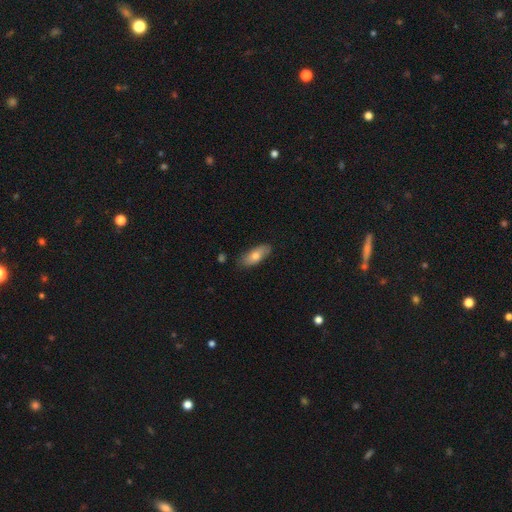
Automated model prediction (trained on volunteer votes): Q: Smooth or featured?
A: smooth (73%); runner-up: featured or disk (21%)
Q: How rounded?
A: in between (79%); runner-up: cigar-shaped (19%)
Q: Merging?
A: none (81%); runner-up: minor disturbance (15%)